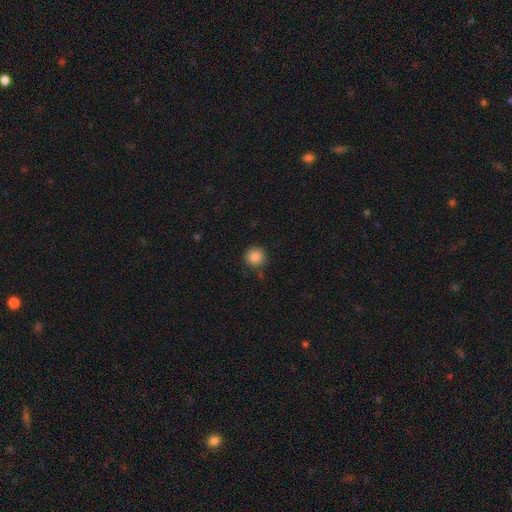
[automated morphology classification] A smooth galaxy with no disk features (88%) that is round (94%). Merging: none (82%).